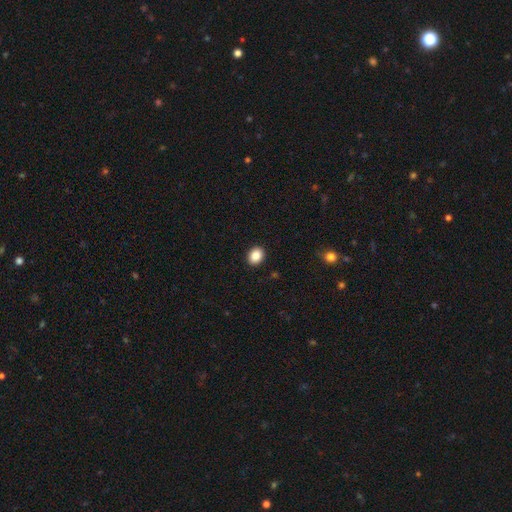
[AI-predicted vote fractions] Q: Smooth or featured?
A: smooth (88%); runner-up: star or artifact (9%)
Q: How rounded?
A: round (54%); runner-up: in between (45%)
Q: Merging?
A: none (92%); runner-up: minor disturbance (5%)